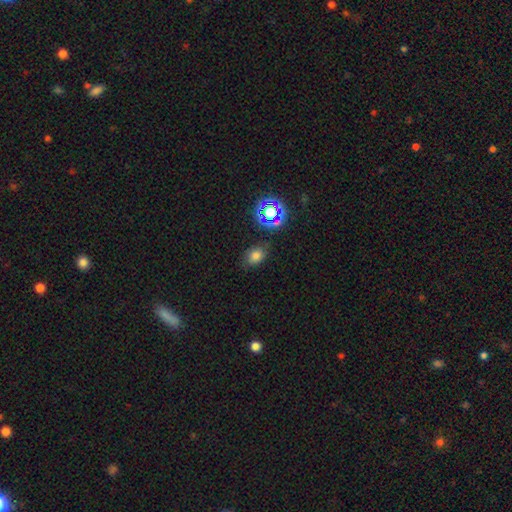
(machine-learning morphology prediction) This is likely a smooth galaxy (70%). How rounded: likely in between (71%). Merging: likely none (77%).